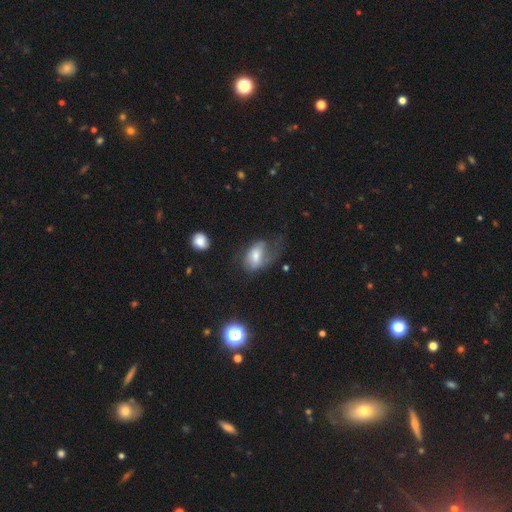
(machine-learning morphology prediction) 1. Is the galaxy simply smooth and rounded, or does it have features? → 53% smooth, 38% featured or disk, 9% star or artifact.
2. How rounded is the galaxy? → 87% in between, 10% round, 3% cigar-shaped.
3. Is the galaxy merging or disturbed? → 48% major disturbance, 27% none, 22% minor disturbance, 3% merger.